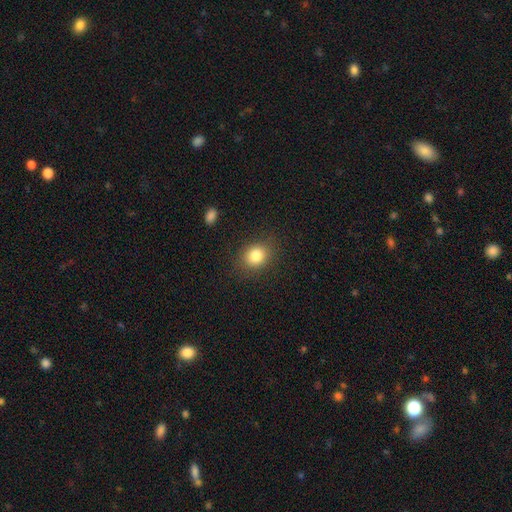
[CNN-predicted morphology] A smooth galaxy with no disk features (82%) that is round (56%).

Vote fractions:
- Smooth or featured? smooth: 82% / star or artifact: 10% / featured or disk: 8%
- How rounded? round: 56% / in between: 43% / cigar-shaped: 1%
- Merging? none: 85% / minor disturbance: 11% / major disturbance: 4% / merger: 1%